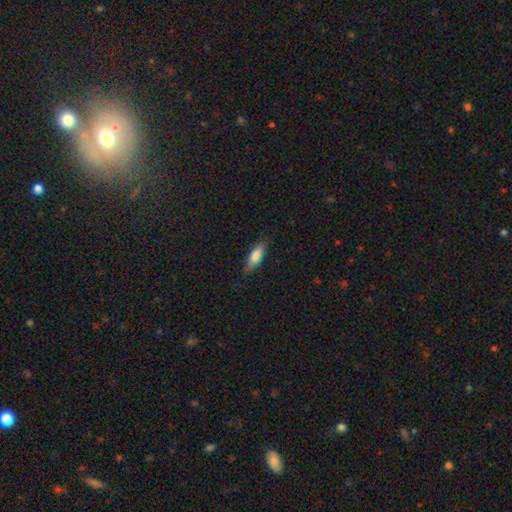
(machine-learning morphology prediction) A smooth galaxy with no disk features (78%) that is in between round and cigar-shaped (63%).

Vote fractions:
- Smooth or featured? smooth: 78% / featured or disk: 15% / star or artifact: 6%
- How rounded? in between: 63% / cigar-shaped: 35% / round: 2%
- Merging? none: 77% / minor disturbance: 19% / major disturbance: 4% / merger: 1%